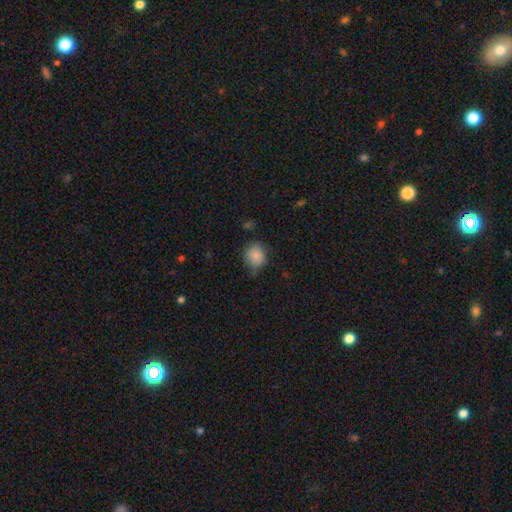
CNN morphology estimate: Q: Smooth or featured?
A: smooth (84%); runner-up: star or artifact (9%)
Q: How rounded?
A: round (71%); runner-up: in between (28%)
Q: Merging?
A: none (65%); runner-up: minor disturbance (28%)